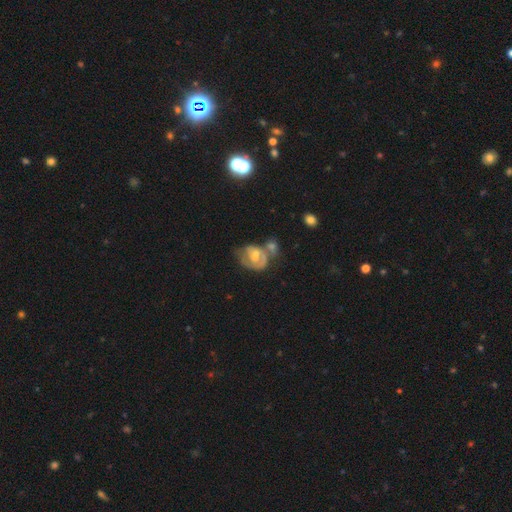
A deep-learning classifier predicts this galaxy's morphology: Smooth or featured?
  - featured or disk: 66% *
  - smooth: 26%
  - star or artifact: 7%
Edge-on disk?
  - no: 97% *
  - yes: 3%
Bar?
  - no: 51% *
  - weak: 39%
  - strong: 10%
Spiral arms?
  - yes: 70% *
  - no: 30%
Bulge size?
  - moderate: 43% *
  - small: 38%
  - none: 12%
  - large: 5%
  - dominant: 2%
Merging?
  - merger: 41% *
  - none: 24%
  - major disturbance: 19%
  - minor disturbance: 17%